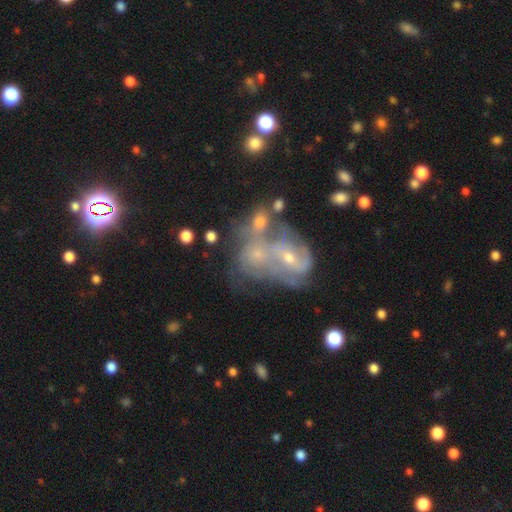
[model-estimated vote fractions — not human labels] This is possibly a featured or disk galaxy (57%). It is clearly not viewed edge-on (97%). Bar: likely no (70%). Spiral arm pattern: likely yes (61%). Central bulge: possibly small (58%). Merging: likely merger (67%).